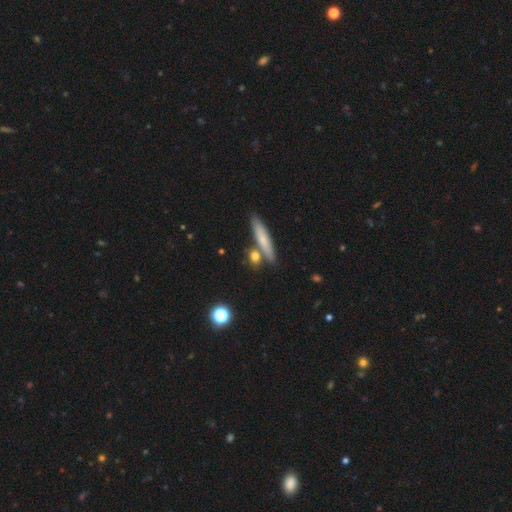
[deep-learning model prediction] smooth 67%, featured or disk 24%, star or artifact 9%. Down the decision tree: how rounded — cigar-shaped (77%); merging — none (76%).